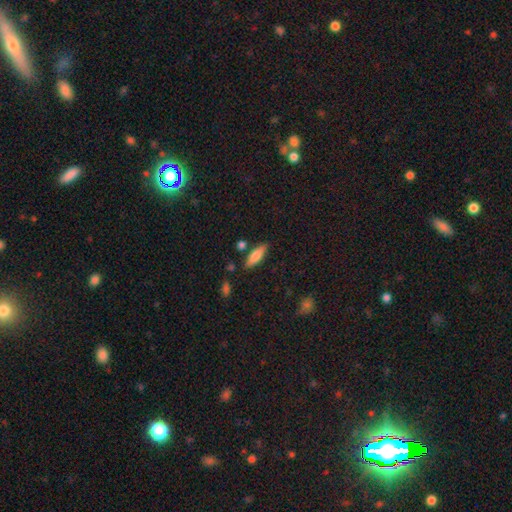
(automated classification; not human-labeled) Smooth or featured? smooth (73%)
How rounded? in between (49%, tied with cigar-shaped)
Merging? none (81%)